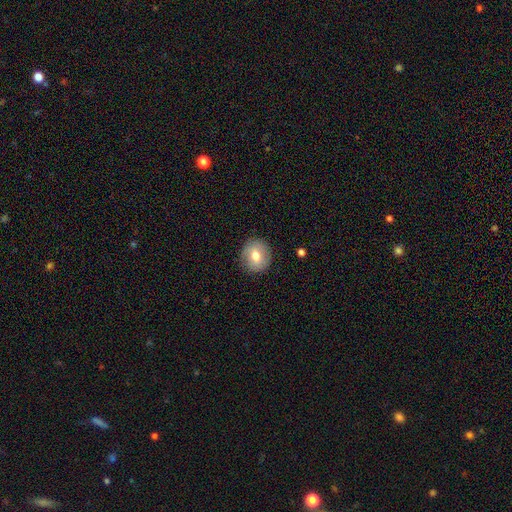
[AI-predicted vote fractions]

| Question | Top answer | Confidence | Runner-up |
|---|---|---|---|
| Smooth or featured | smooth | 70% | featured or disk (21%) |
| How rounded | round | 84% | in between (15%) |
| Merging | none | 87% | minor disturbance (9%) |